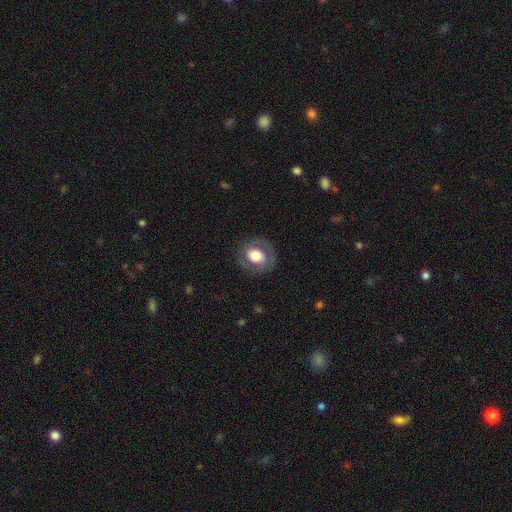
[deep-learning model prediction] smooth-or-featured: featured or disk: 49% | smooth: 44% | star or artifact: 7%
  merging: none: 78% | minor disturbance: 13% | major disturbance: 7% | merger: 1%